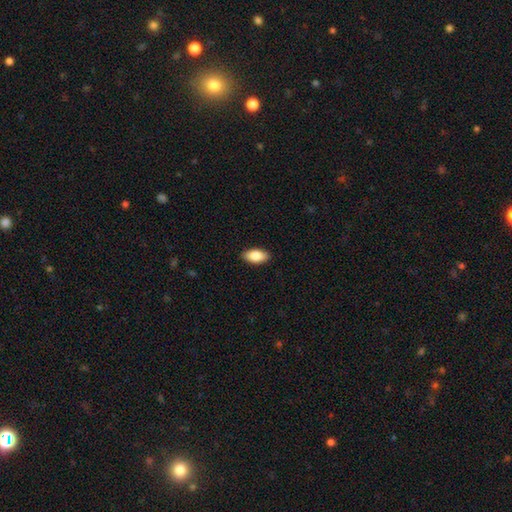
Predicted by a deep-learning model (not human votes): smooth 84%, featured or disk 9%, star or artifact 6%. Down the decision tree: how rounded — in between (92%); merging — none (90%).